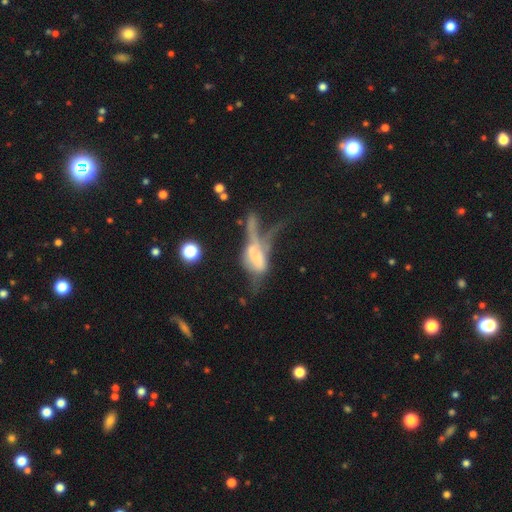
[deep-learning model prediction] smooth_or_featured: featured or disk (p=0.53) [alt: smooth p=0.35]
disk_edge_on: no (p=0.69) [alt: yes p=0.31]
merging: merger (p=0.40) [alt: major disturbance p=0.38]